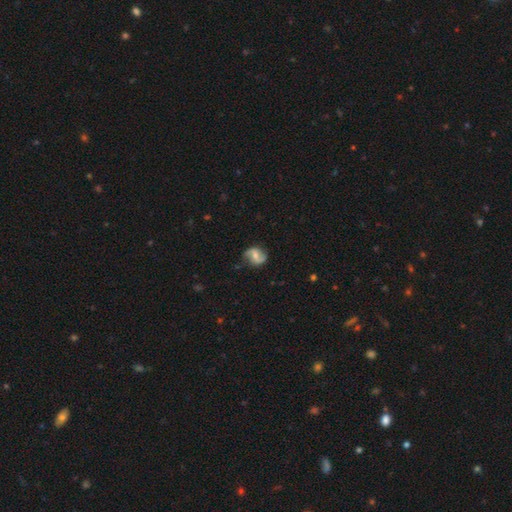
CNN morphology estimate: A featured or disk galaxy (72%) with a weak bar (42%), 2 (90%) loose (50%) spiral arms (92%) and a moderate central bulge (51%). Merging: none (77%).